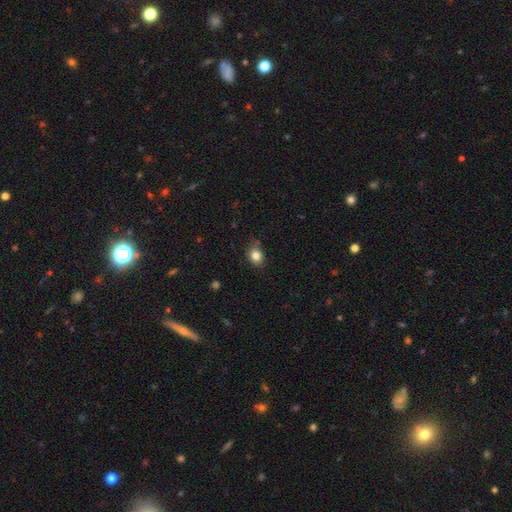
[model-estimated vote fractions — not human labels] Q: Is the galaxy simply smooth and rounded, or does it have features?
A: smooth — 83%.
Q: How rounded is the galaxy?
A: round — 59%.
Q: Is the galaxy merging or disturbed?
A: none — 74%.